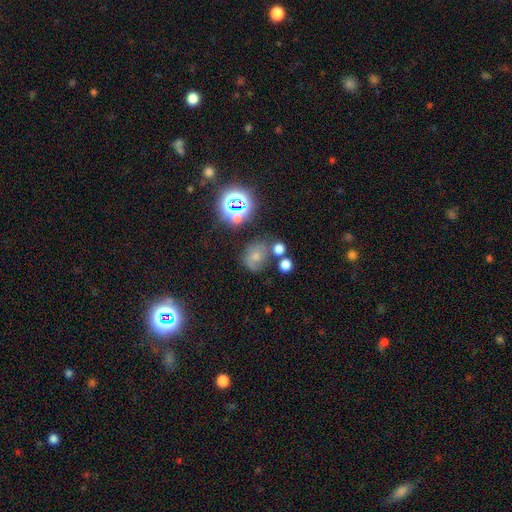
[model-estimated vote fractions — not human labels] smooth 50%, star or artifact 25%, featured or disk 24%. Down the decision tree: how rounded — round (57%); merging — none (50%).